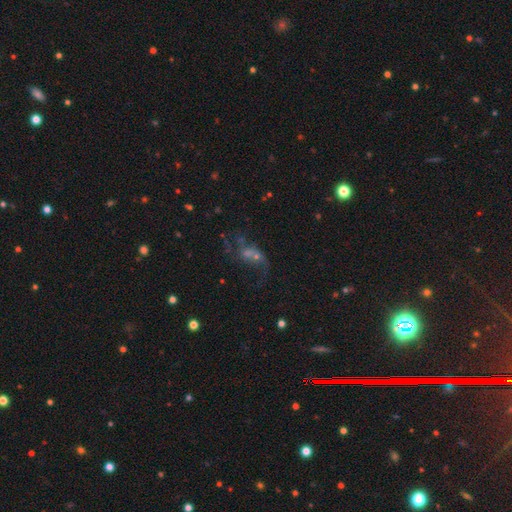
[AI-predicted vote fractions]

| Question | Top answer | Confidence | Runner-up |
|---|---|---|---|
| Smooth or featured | featured or disk | 51% | star or artifact (25%) |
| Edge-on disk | no | 94% | yes (6%) |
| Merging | none | 34% | major disturbance (30%) |